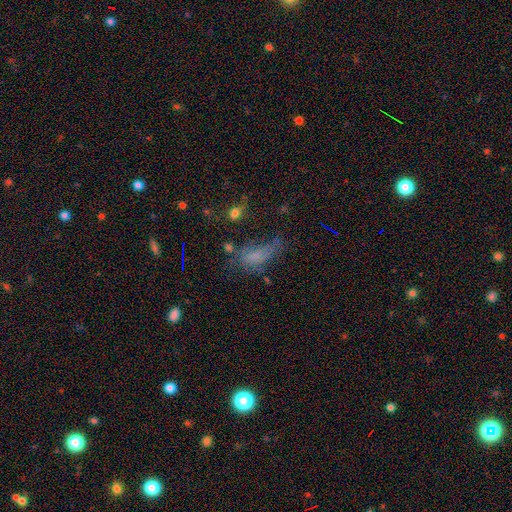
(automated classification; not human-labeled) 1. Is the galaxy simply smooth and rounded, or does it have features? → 57% smooth, 22% featured or disk, 21% star or artifact.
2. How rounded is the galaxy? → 74% in between, 20% cigar-shaped, 7% round.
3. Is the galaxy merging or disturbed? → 34% none, 31% major disturbance, 28% minor disturbance, 7% merger.